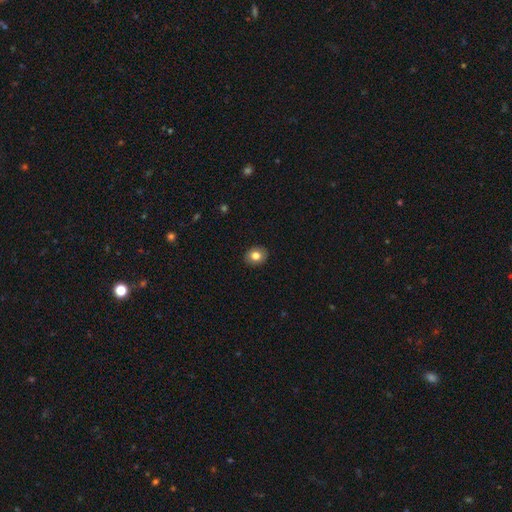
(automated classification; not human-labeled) A smooth galaxy with no disk features (81%) that is round (57%). Merging: none (90%).